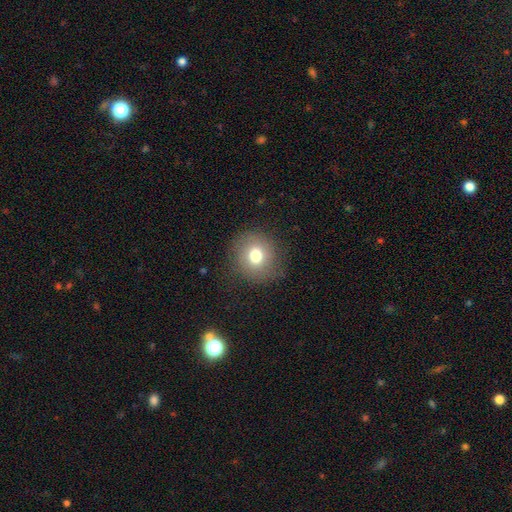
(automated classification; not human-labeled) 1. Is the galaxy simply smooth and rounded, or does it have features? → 75% smooth, 13% featured or disk, 12% star or artifact.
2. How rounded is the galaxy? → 86% round, 13% in between, 1% cigar-shaped.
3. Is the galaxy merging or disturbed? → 82% none, 12% minor disturbance, 5% major disturbance, 1% merger.